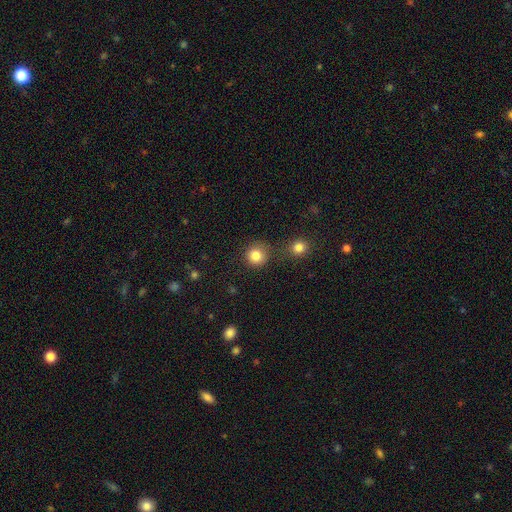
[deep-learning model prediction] smooth_or_featured: smooth (p=0.84) [alt: star or artifact p=0.12]
how_rounded: round (p=0.92) [alt: in between p=0.07]
merging: none (p=0.78) [alt: merger p=0.10]